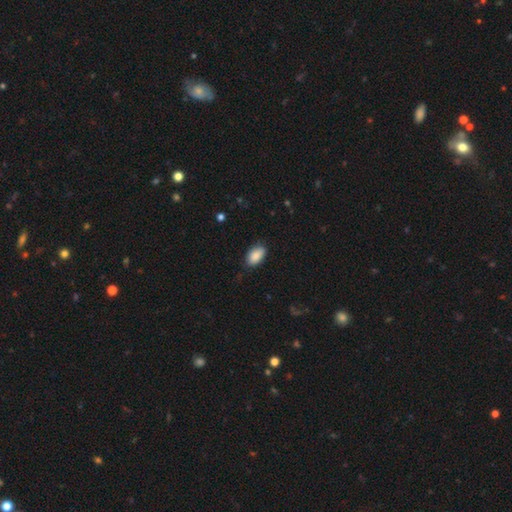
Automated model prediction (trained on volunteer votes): Overall: smooth (88%). How rounded: in between (93%). Merging: none (77%).